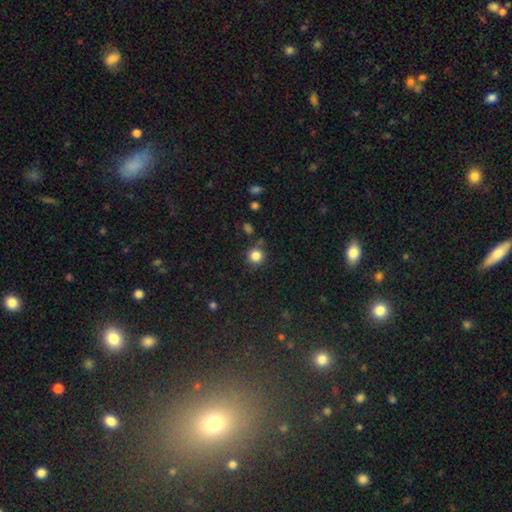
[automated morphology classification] This appears to be a smooth galaxy with no disk features (83%) that is round (93%). Merging: none (81%).